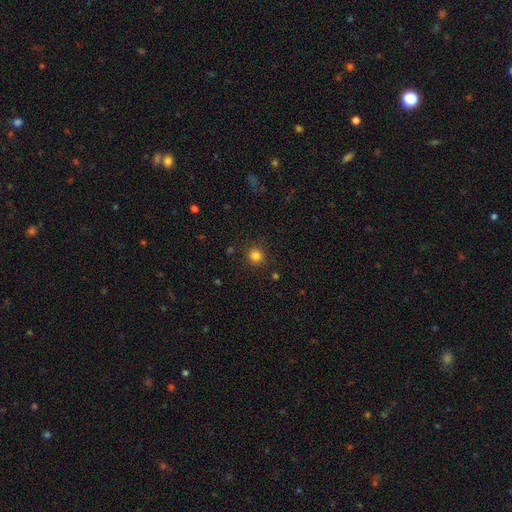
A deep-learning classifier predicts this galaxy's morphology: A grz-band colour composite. It shows a smooth galaxy with no disk features (83%) that is round (93%). Merging: none (90%).